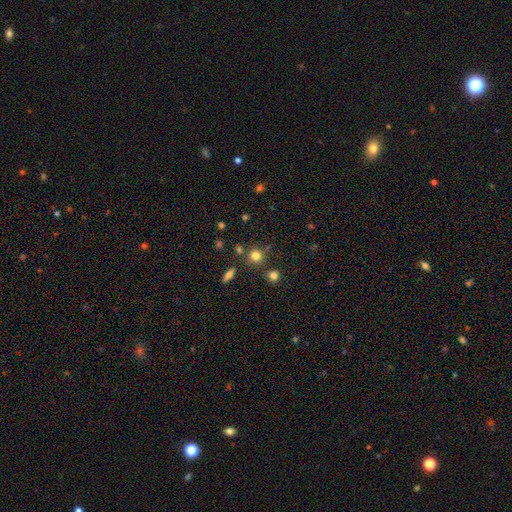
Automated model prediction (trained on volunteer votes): Overall: smooth (78%). How rounded: round (89%). Merging: none (76%).